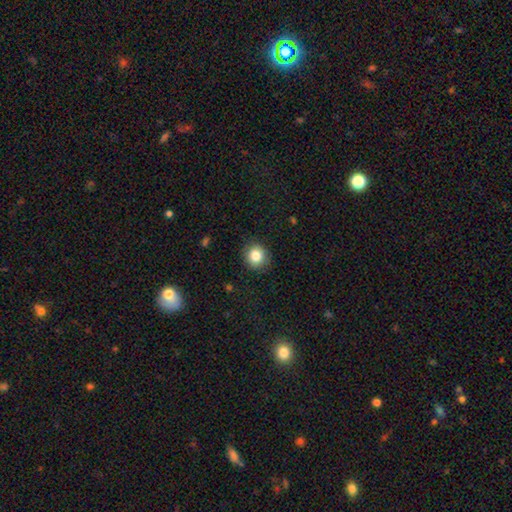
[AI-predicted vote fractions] The model was most divided on "how rounded": round: 84%, in between: 15%, cigar-shaped: 1%. More confident: merging — none (87%); smooth or featured — smooth (84%).